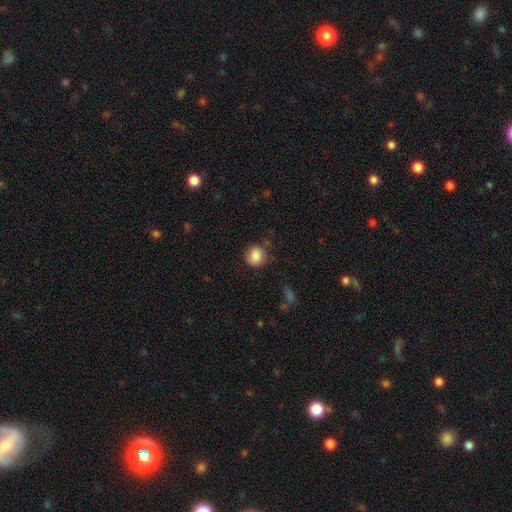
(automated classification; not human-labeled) Smooth or featured: smooth — 86% (star or artifact — 9%)
How rounded: round — 83% (in between — 16%)
Merging: none — 78% (minor disturbance — 15%)